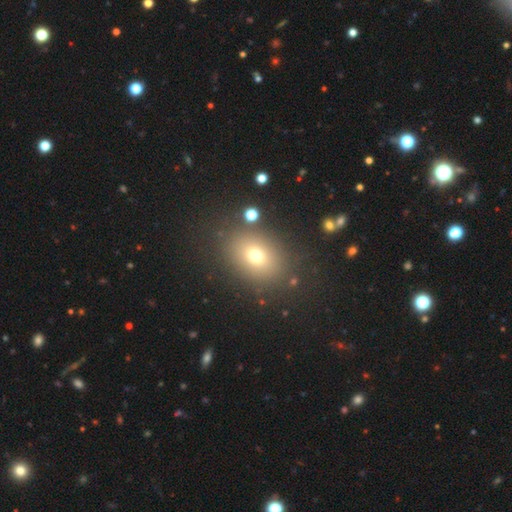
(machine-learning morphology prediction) Smooth or featured? smooth (70%)
How rounded? in between (60%)
Merging? none (83%)